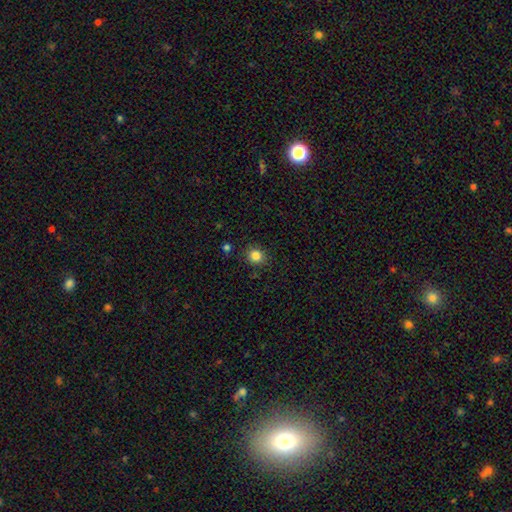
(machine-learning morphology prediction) Smooth or featured: smooth — 84% (star or artifact — 12%)
How rounded: round — 88% (in between — 11%)
Merging: none — 87% (minor disturbance — 8%)